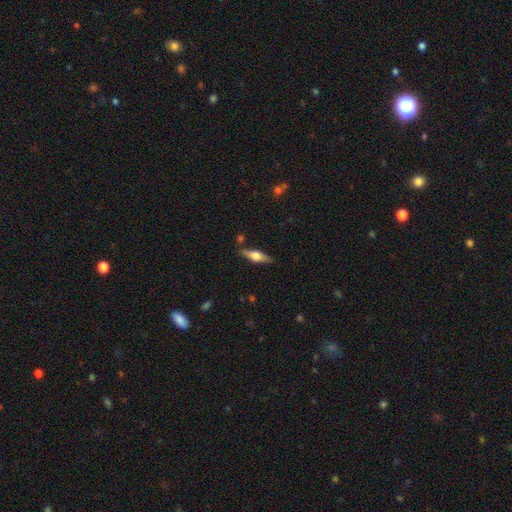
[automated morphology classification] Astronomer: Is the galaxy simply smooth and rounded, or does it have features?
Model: featured or disk — 50% (runner-up: smooth, 44%).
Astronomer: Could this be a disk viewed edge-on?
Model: yes — 92%.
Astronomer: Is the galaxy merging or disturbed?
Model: none — 81%.